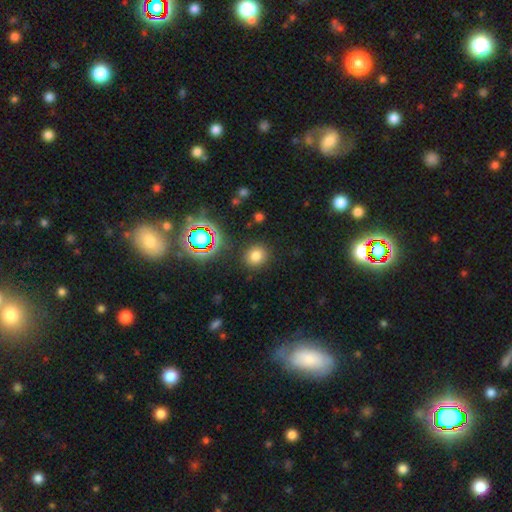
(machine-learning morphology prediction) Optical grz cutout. It shows a smooth galaxy with no disk features (75%) that is round (82%). Merging: none (88%).